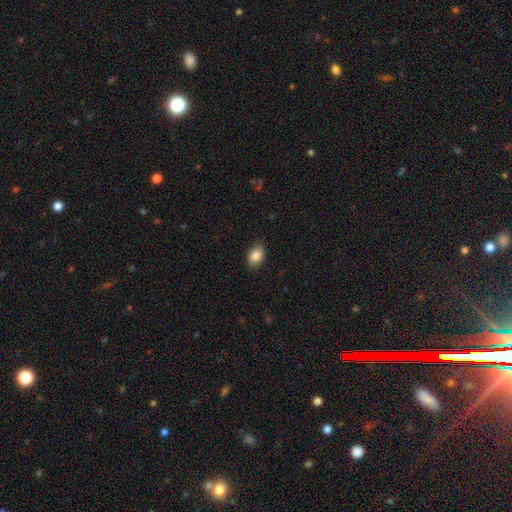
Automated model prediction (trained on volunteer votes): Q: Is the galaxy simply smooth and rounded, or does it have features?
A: smooth — 87%.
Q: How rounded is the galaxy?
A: in between — 79%.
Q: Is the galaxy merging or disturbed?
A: none — 86%.